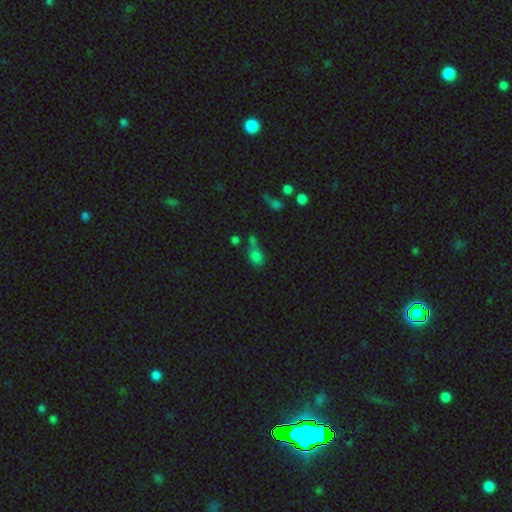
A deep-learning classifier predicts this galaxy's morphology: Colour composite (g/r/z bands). It shows a smooth galaxy with no disk features (59%) that is in between round and cigar-shaped (58%). Merging: none (48%).